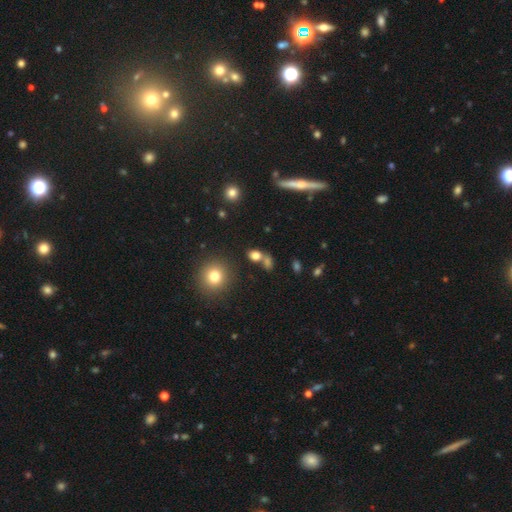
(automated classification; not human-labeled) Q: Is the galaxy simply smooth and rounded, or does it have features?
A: smooth — 75%.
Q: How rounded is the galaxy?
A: in between — 54%.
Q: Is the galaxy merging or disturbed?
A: none — 50%.